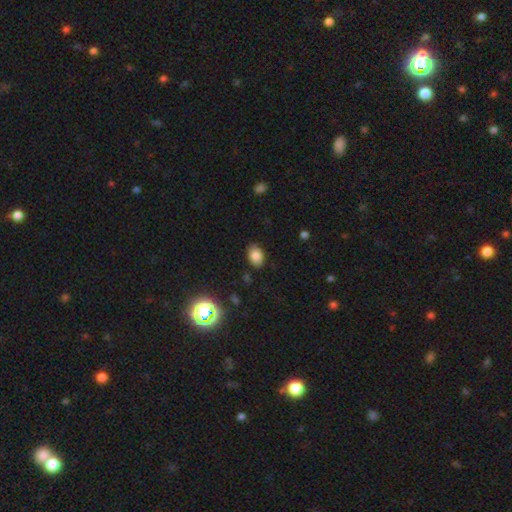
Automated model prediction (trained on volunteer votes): This is clearly a smooth galaxy (82%). How rounded: likely in between (78%). Merging: clearly none (84%).